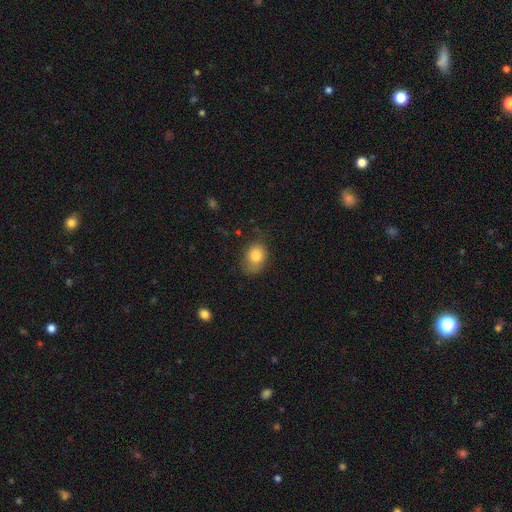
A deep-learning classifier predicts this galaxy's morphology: This is clearly a smooth galaxy (82%). How rounded: likely in between (64%). Merging: possibly none (58%).